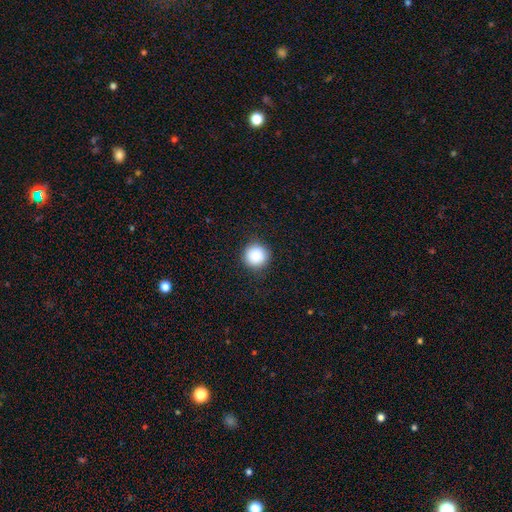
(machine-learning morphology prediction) Smooth or featured?
  - smooth: 88% *
  - star or artifact: 8%
  - featured or disk: 3%
How rounded?
  - round: 96% *
  - in between: 3%
  - cigar-shaped: 1%
Merging?
  - none: 90% *
  - minor disturbance: 7%
  - major disturbance: 2%
  - merger: 1%